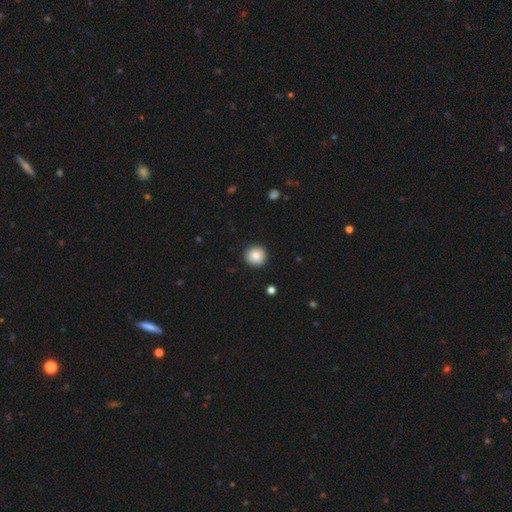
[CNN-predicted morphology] type=smooth (84%); roundness=round (94%); merging=none (92%).